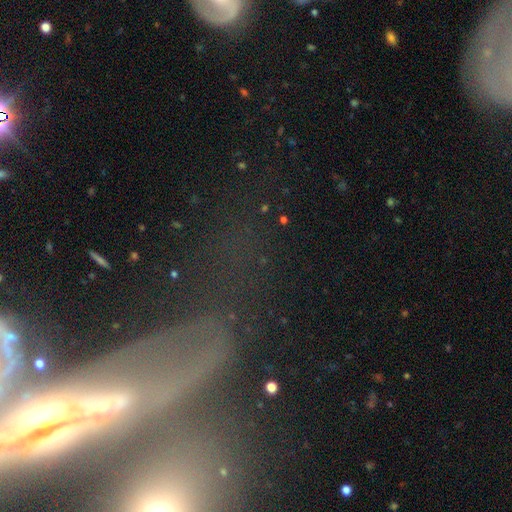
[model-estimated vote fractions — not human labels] The model was most divided on "smooth or featured": featured or disk: 48%, star or artifact: 30%, smooth: 21%. Remaining: merging — none (46%).